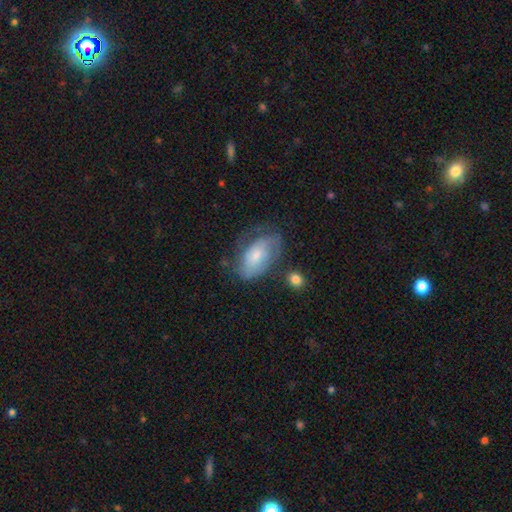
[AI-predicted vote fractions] Q: Smooth or featured?
A: featured or disk (46%); tied with: smooth (46%)
Q: Merging?
A: none (52%); runner-up: minor disturbance (28%)